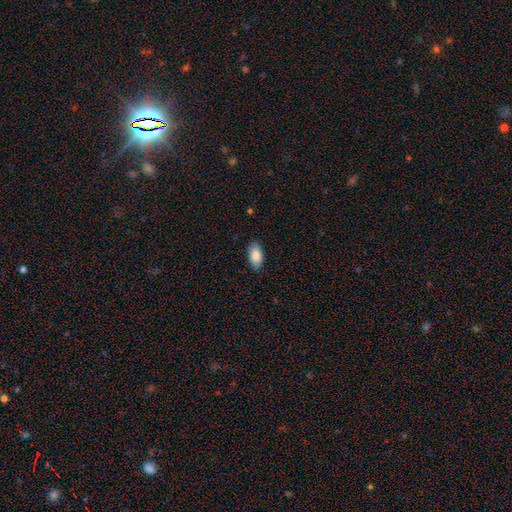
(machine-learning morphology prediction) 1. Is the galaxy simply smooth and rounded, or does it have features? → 85% smooth, 8% featured or disk, 6% star or artifact.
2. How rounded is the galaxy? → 94% in between, 3% round, 3% cigar-shaped.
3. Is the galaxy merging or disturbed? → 86% none, 11% minor disturbance, 2% major disturbance, 1% merger.